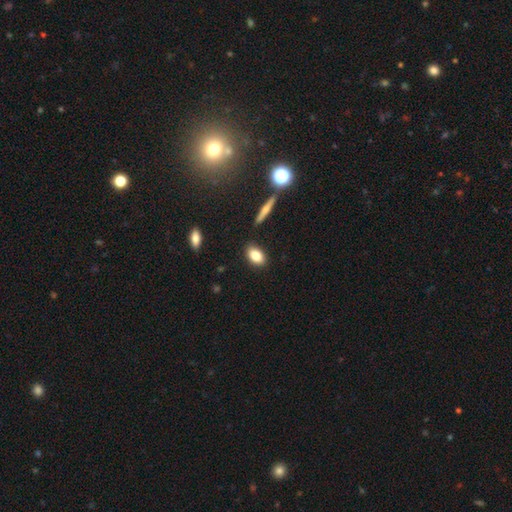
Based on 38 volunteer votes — smooth 74%, featured or disk 18%, star or artifact 8%. Down the decision tree: how rounded — in between (86%); merging — none (89%).